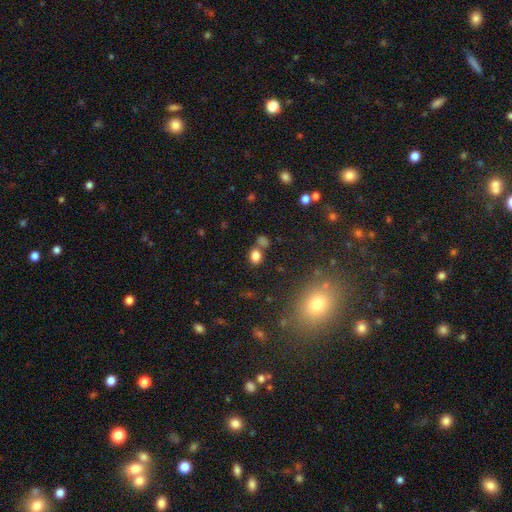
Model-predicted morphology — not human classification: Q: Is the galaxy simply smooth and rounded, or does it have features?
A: smooth — 79%.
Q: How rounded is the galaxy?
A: round — 53%.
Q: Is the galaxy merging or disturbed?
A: none — 65%.